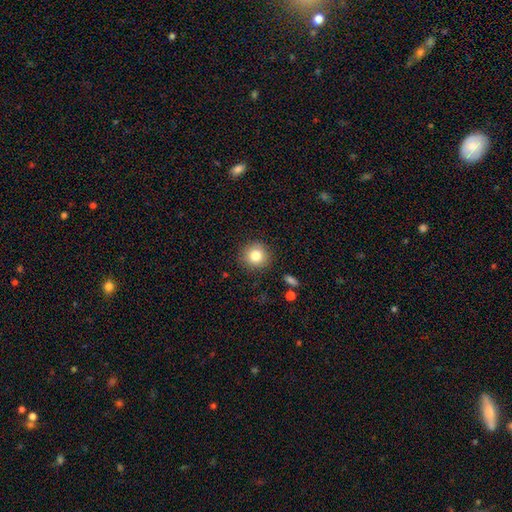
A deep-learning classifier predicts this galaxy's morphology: Overall: smooth (82%). How rounded: round (92%). Merging: none (89%).